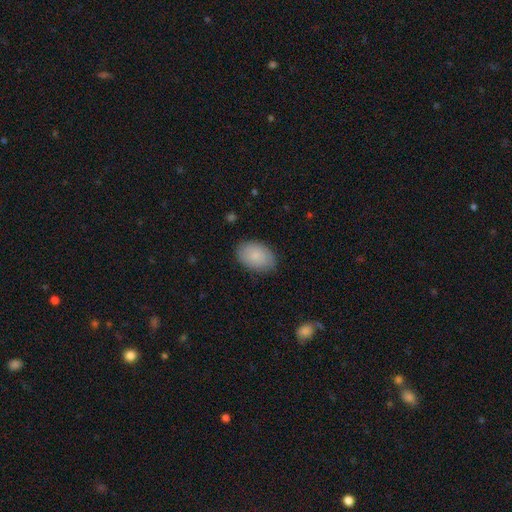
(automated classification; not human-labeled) Q: Smooth or featured?
A: smooth (82%); runner-up: featured or disk (12%)
Q: How rounded?
A: in between (86%); runner-up: round (13%)
Q: Merging?
A: none (83%); runner-up: minor disturbance (13%)